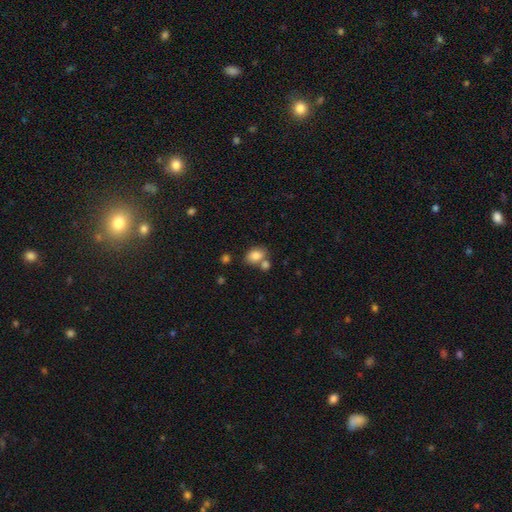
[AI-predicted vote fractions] A smooth galaxy with no disk features (83%) that is in between round and cigar-shaped (74%). Merging: none (53%).